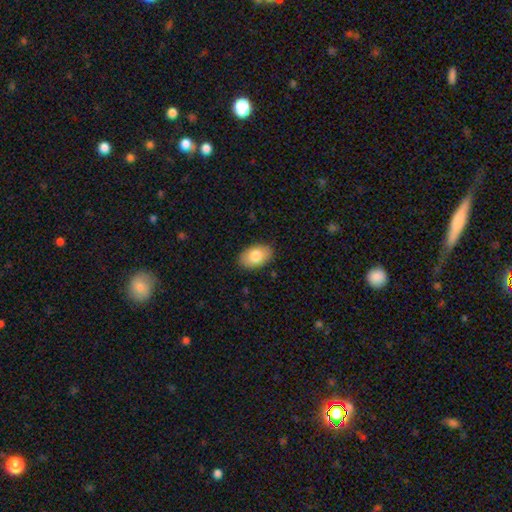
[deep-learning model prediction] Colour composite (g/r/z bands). It shows a smooth galaxy with no disk features (80%) that is in between round and cigar-shaped (91%). Merging: none (87%).